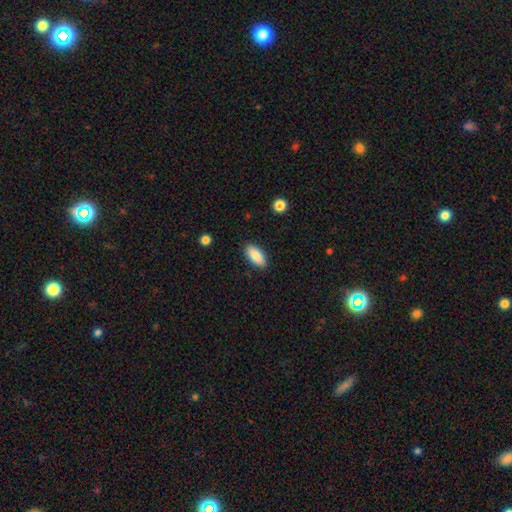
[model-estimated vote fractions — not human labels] Morphology: type=smooth (87%); roundness=in between (84%); merging=none (88%).